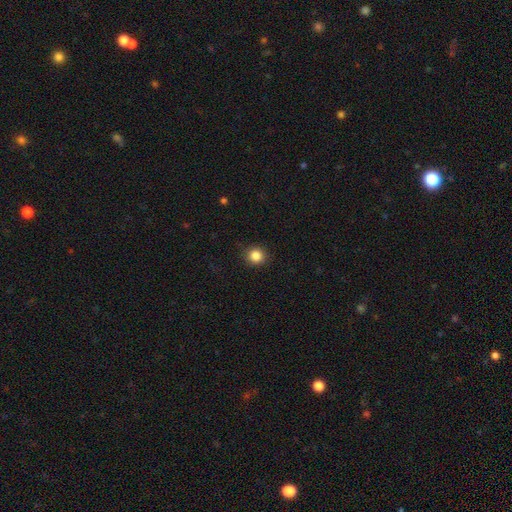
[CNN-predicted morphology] Smooth or featured?
  - smooth: 85% *
  - star or artifact: 11%
  - featured or disk: 4%
How rounded?
  - round: 90% *
  - in between: 9%
  - cigar-shaped: 1%
Merging?
  - none: 89% *
  - minor disturbance: 7%
  - major disturbance: 2%
  - merger: 1%